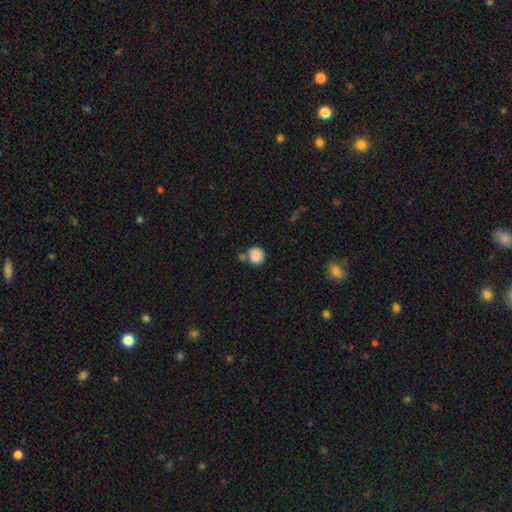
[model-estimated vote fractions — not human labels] This is clearly a smooth galaxy (87%). How rounded: clearly round (89%). Merging: likely none (63%).